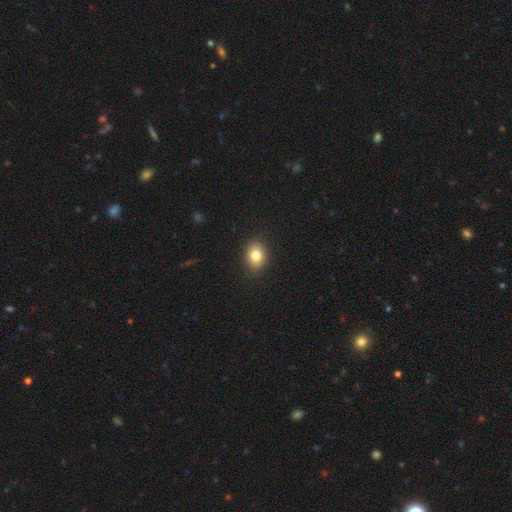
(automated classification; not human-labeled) Smooth or featured? Predicted: smooth (p=0.81). How rounded? Predicted: in between (p=0.65). Merging? Predicted: none (p=0.89).